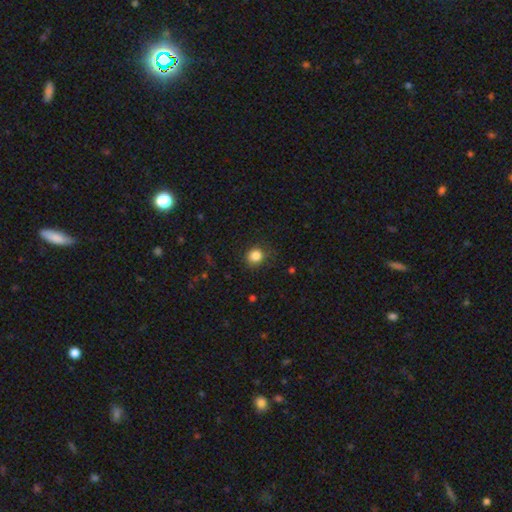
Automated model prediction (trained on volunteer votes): This appears to be a smooth galaxy with no disk features (84%) that is round (82%). Merging: none (79%).